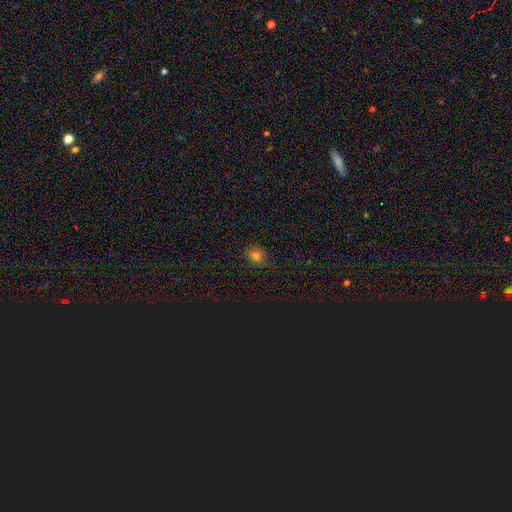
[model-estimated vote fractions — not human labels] Morphology: type=smooth (73%); roundness=round (59%); merging=none (83%).